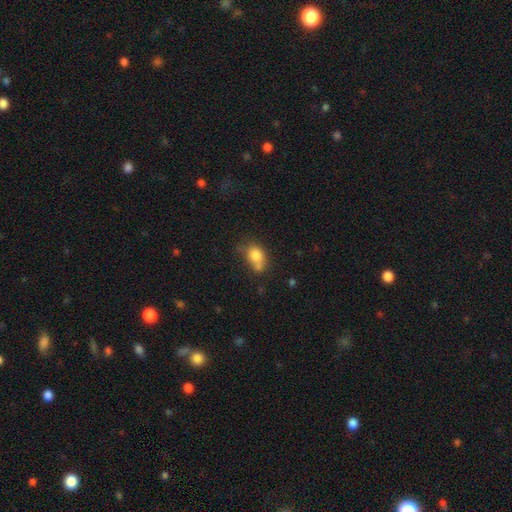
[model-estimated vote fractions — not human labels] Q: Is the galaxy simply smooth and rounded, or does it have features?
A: smooth — 79%.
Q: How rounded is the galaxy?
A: in between — 63%.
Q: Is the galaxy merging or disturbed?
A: none — 41%.